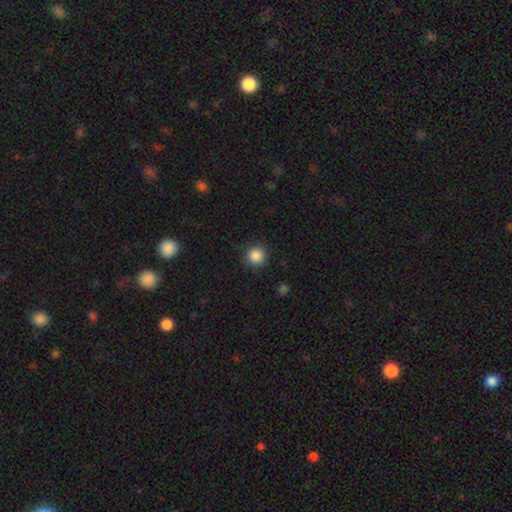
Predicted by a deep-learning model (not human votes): This appears to be a smooth galaxy with no disk features (87%) that is round (94%). Merging: none (90%).